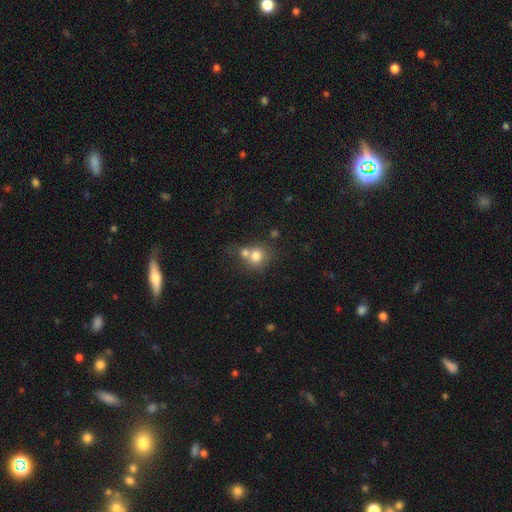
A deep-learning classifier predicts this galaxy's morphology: smooth_or_featured: smooth (p=0.75) [alt: featured or disk p=0.13]
how_rounded: round (p=0.79) [alt: in between p=0.20]
merging: merger (p=0.49) [alt: none p=0.39]